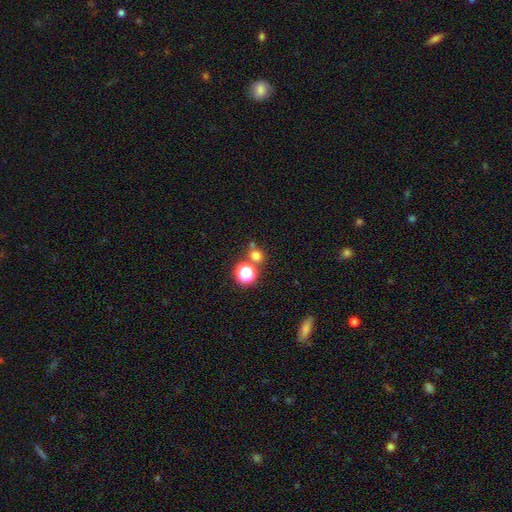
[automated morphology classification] smooth-or-featured: smooth: 68% | star or artifact: 25% | featured or disk: 7%
  how-rounded: round: 87% | in between: 12% | cigar-shaped: 1%
  merging: none: 66% | merger: 22% | minor disturbance: 9% | major disturbance: 4%